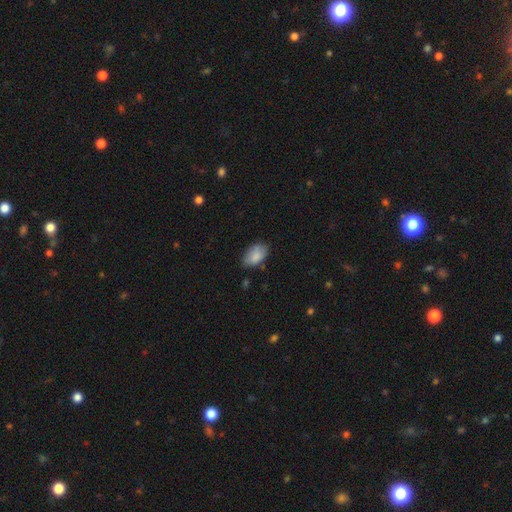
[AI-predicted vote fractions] smooth_or_featured: smooth (p=0.82) [alt: featured or disk p=0.11]
how_rounded: in between (p=0.92) [alt: round p=0.07]
merging: none (p=0.69) [alt: minor disturbance p=0.25]